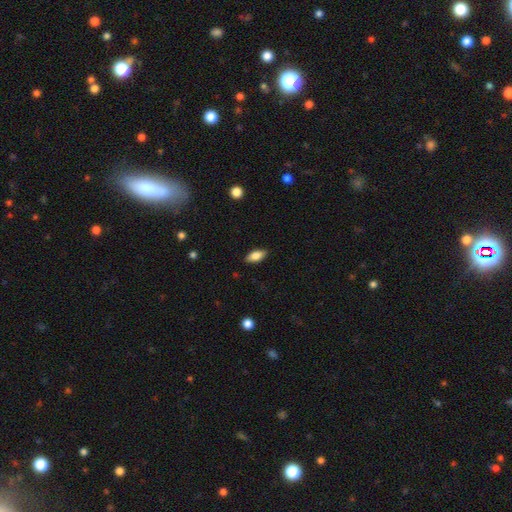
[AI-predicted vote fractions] Overall: smooth (83%). How rounded: in between (88%). Merging: none (87%).